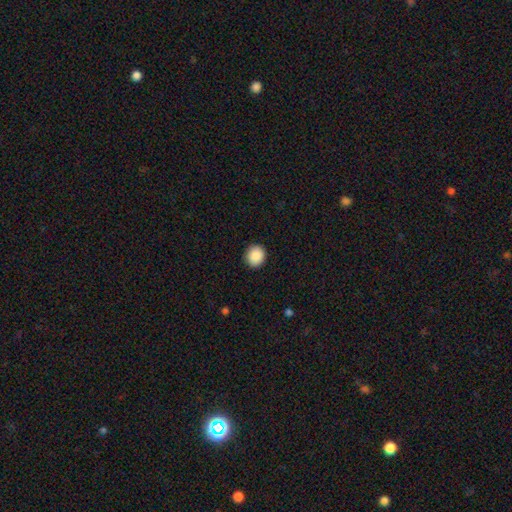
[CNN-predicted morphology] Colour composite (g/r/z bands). It shows a smooth galaxy with no disk features (89%) that is round (84%). Merging: none (91%).